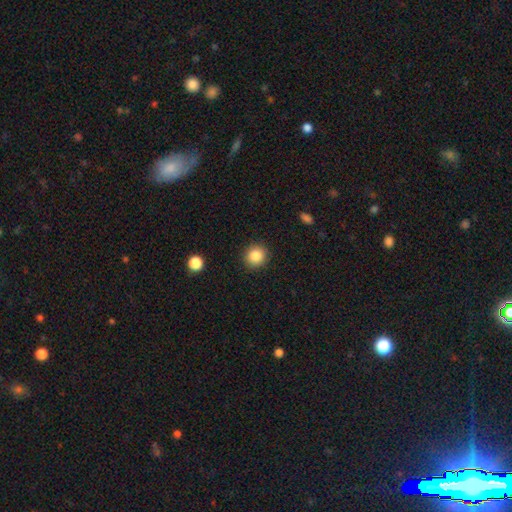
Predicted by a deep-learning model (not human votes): smooth_or_featured: smooth (p=0.85) [alt: star or artifact p=0.10]
how_rounded: round (p=0.88) [alt: in between p=0.11]
merging: none (p=0.91) [alt: minor disturbance p=0.06]